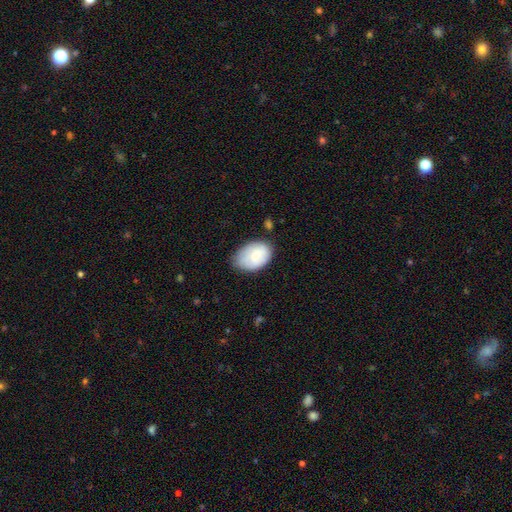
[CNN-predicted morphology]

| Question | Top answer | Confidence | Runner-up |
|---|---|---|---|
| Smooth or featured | smooth | 77% | featured or disk (16%) |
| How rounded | in between | 85% | round (14%) |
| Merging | none | 59% | minor disturbance (32%) |